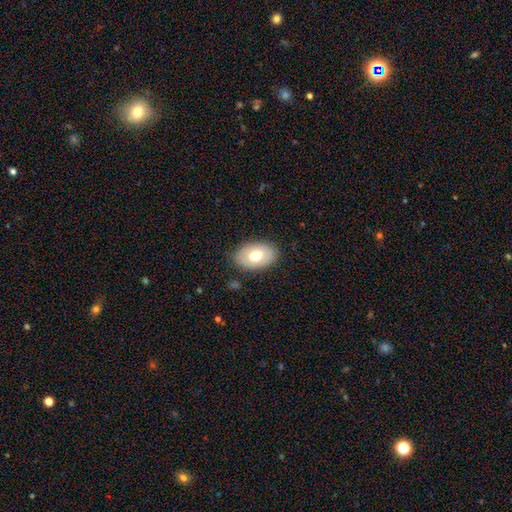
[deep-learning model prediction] Morphology: type=smooth (66%); roundness=in between (88%); merging=none (84%).